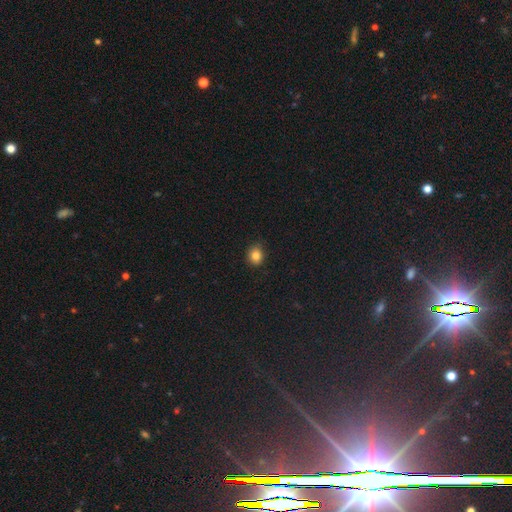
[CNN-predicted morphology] Q: Smooth or featured?
A: smooth (83%); runner-up: star or artifact (11%)
Q: How rounded?
A: round (70%); runner-up: in between (29%)
Q: Merging?
A: none (85%); runner-up: minor disturbance (12%)